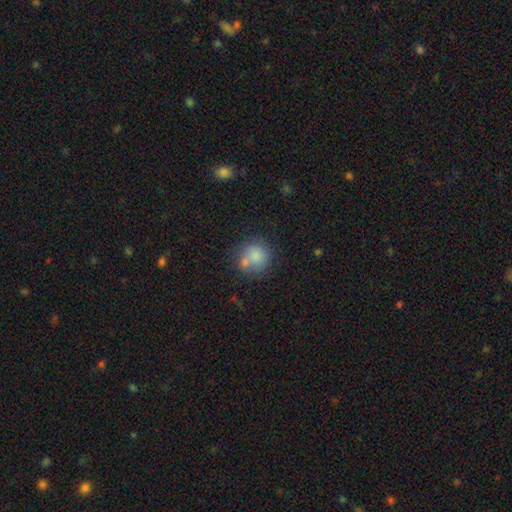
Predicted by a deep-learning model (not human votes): Q: Smooth or featured?
A: smooth (79%); runner-up: featured or disk (12%)
Q: How rounded?
A: round (87%); runner-up: in between (12%)
Q: Merging?
A: none (54%); runner-up: merger (26%)